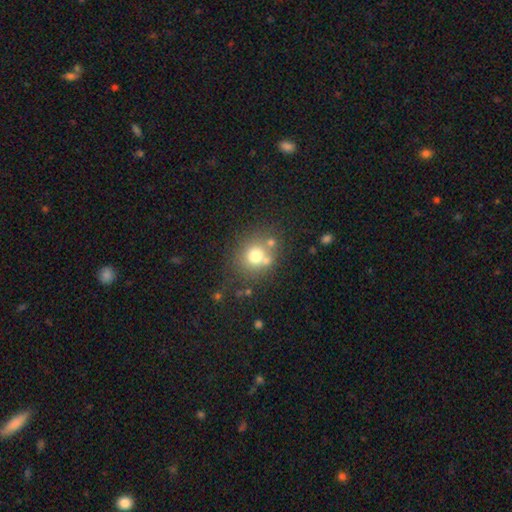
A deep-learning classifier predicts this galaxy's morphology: smooth-or-featured: smooth: 71% | featured or disk: 15% | star or artifact: 14%
  how-rounded: round: 81% | in between: 18% | cigar-shaped: 1%
  merging: none: 64% | merger: 18% | minor disturbance: 12% | major disturbance: 6%